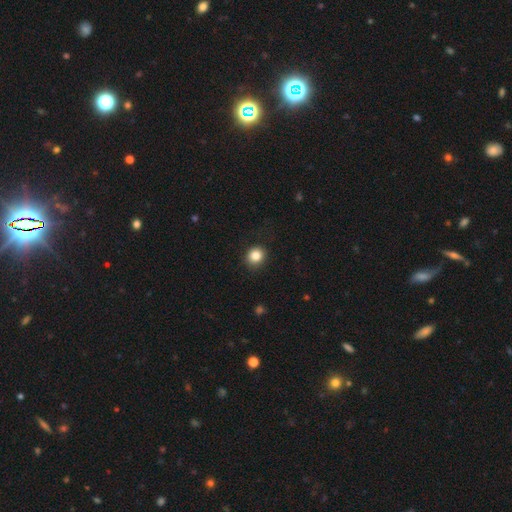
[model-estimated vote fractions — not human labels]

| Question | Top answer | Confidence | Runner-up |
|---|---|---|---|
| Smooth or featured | smooth | 85% | star or artifact (10%) |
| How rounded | round | 84% | in between (15%) |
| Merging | none | 89% | minor disturbance (8%) |